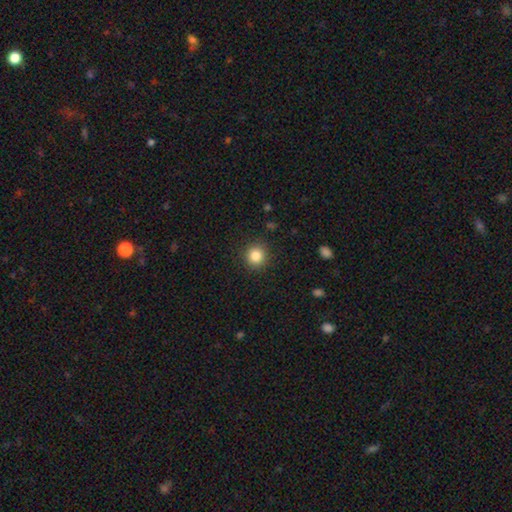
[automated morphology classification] The model was most divided on "smooth or featured": smooth: 84%, star or artifact: 11%, featured or disk: 5%. More confident: how rounded — round (91%); merging — none (90%).